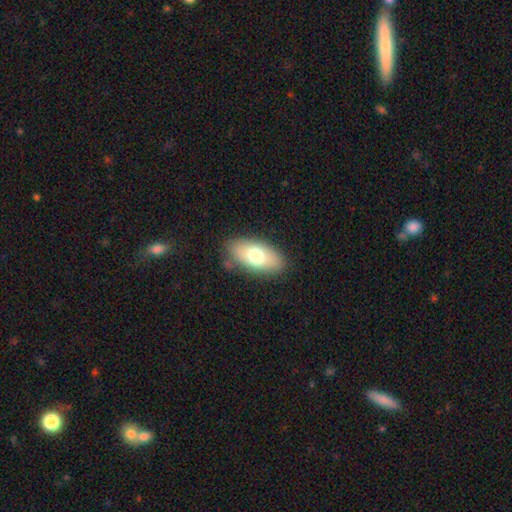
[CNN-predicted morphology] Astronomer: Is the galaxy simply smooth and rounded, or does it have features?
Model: smooth — 72%.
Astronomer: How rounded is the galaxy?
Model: in between — 89%.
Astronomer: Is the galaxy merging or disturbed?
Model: none — 80%.